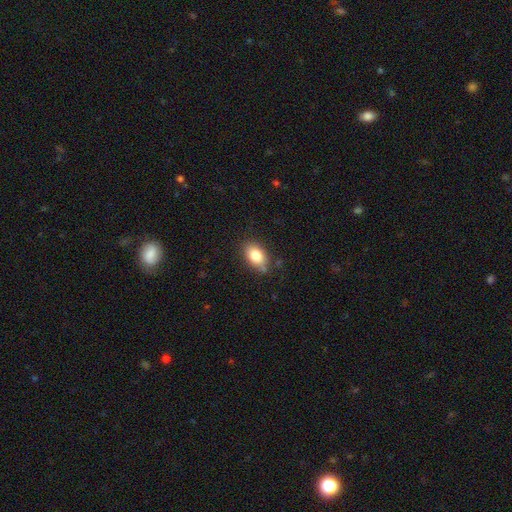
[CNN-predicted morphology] Smooth or featured? smooth (82%)
How rounded? in between (87%)
Merging? none (76%)